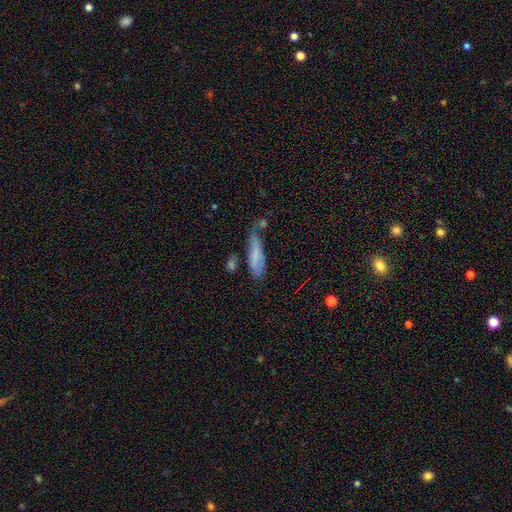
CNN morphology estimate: Smooth or featured? smooth (63%)
How rounded? cigar-shaped (64%)
Merging? none (45%)